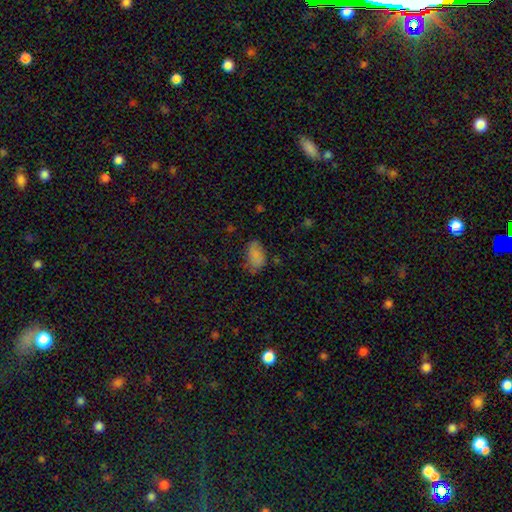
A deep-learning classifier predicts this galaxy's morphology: Smooth or featured? smooth (79%)
How rounded? in between (91%)
Merging? none (64%)